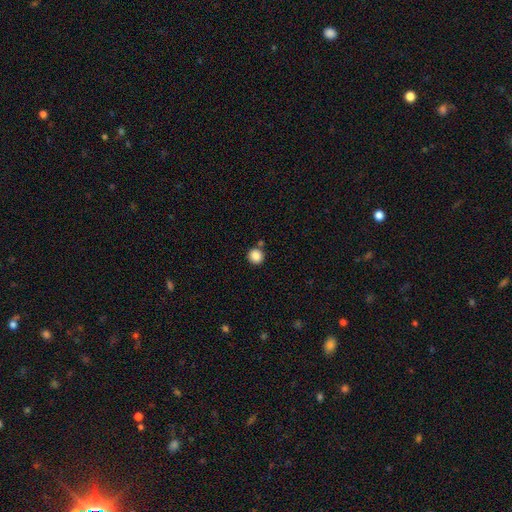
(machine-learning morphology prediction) Q: Smooth or featured?
A: smooth (87%); runner-up: star or artifact (10%)
Q: How rounded?
A: round (93%); runner-up: in between (6%)
Q: Merging?
A: none (81%); runner-up: minor disturbance (8%)